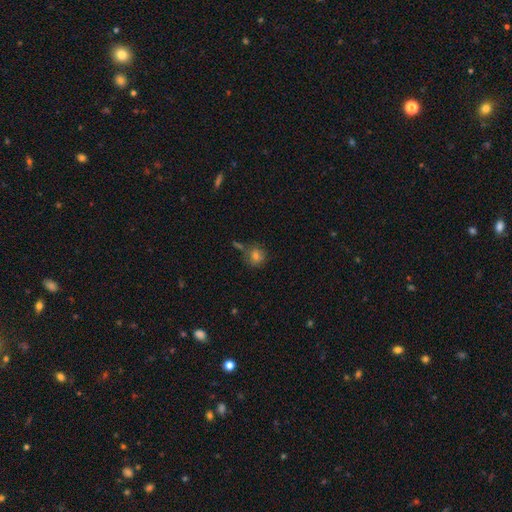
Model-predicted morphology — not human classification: Smooth or featured: smooth — 73% (star or artifact — 16%)
How rounded: round — 83% (in between — 15%)
Merging: none — 68% (minor disturbance — 15%)